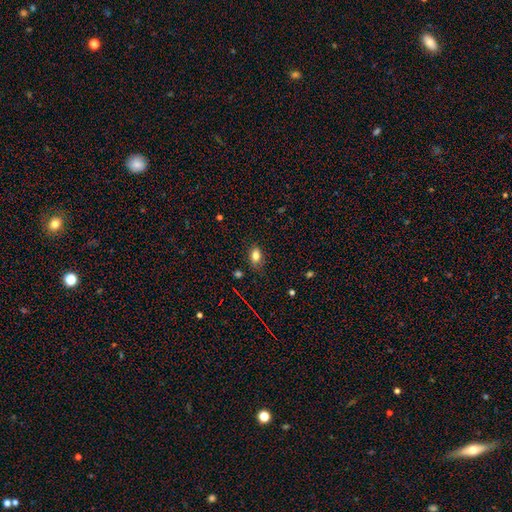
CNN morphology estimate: smooth 79%, star or artifact 12%, featured or disk 10%. Down the decision tree: how rounded — in between (84%); merging — none (79%).